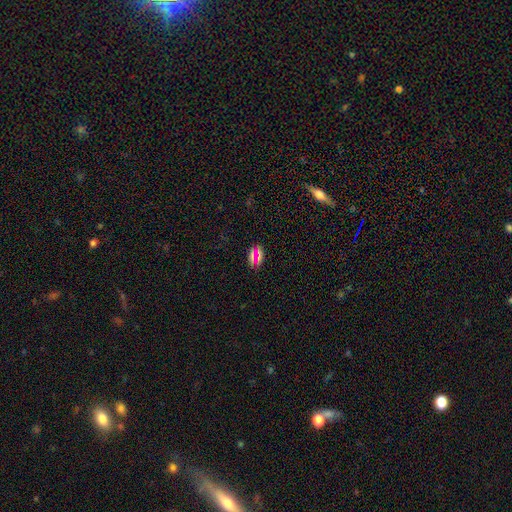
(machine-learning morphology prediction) Q: Smooth or featured?
A: smooth (58%); runner-up: star or artifact (32%)
Q: How rounded?
A: in between (72%); runner-up: round (19%)
Q: Merging?
A: none (74%); runner-up: minor disturbance (14%)